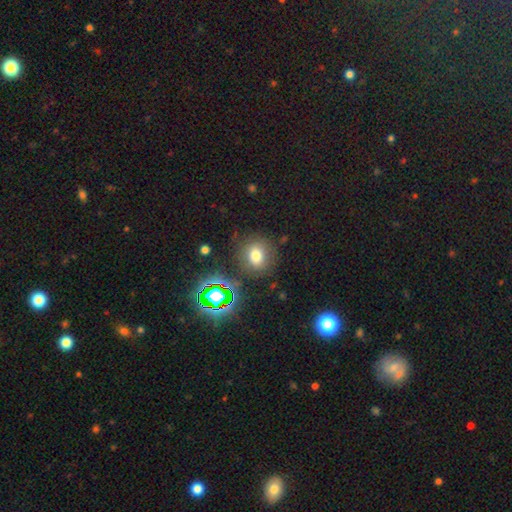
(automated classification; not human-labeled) Morphology: type=smooth (70%); roundness=round (74%); merging=none (82%).